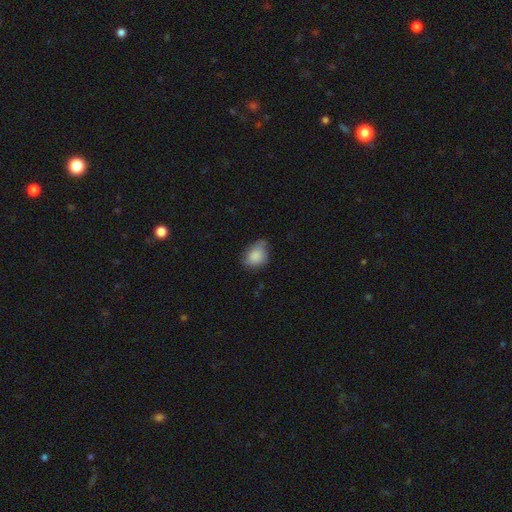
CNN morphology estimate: This appears to be a smooth galaxy with no disk features (83%) that is in between round and cigar-shaped (67%). Merging: none (47%).